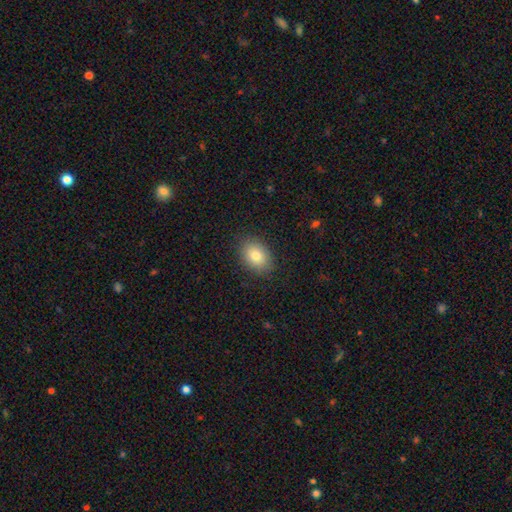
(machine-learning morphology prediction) A smooth galaxy with no disk features (82%) that is in between round and cigar-shaped (72%).

Vote fractions:
- Smooth or featured? smooth: 82% / featured or disk: 10% / star or artifact: 9%
- How rounded? in between: 72% / round: 27% / cigar-shaped: 1%
- Merging? none: 87% / minor disturbance: 9% / major disturbance: 2% / merger: 1%